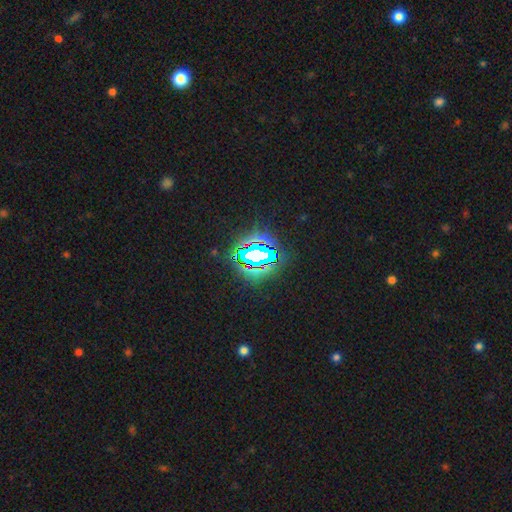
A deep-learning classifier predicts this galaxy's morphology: A star or artifact, not a galaxy (71%).

Vote fractions:
- Smooth or featured? star or artifact: 71% / smooth: 16% / featured or disk: 13%